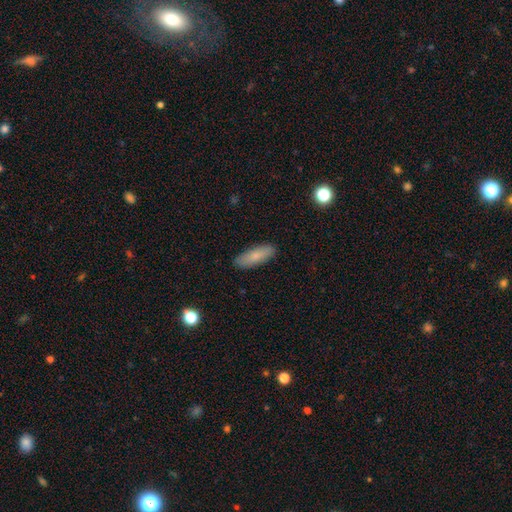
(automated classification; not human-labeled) A smooth galaxy with no disk features (82%) that is in between round and cigar-shaped (57%). Merging: none (89%).